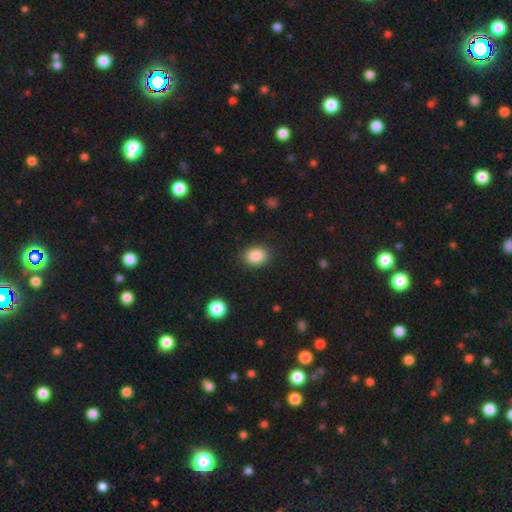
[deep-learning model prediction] This appears to be a smooth galaxy with no disk features (87%) that is in between round and cigar-shaped (59%). Merging: none (87%).